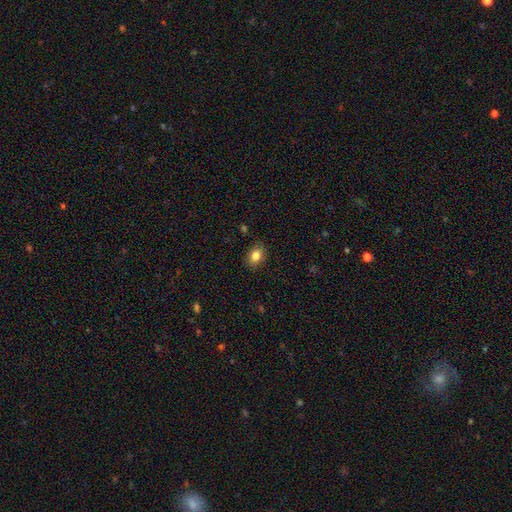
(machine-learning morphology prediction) This appears to be a smooth galaxy with no disk features (83%) that is in between round and cigar-shaped (70%). Merging: none (86%).